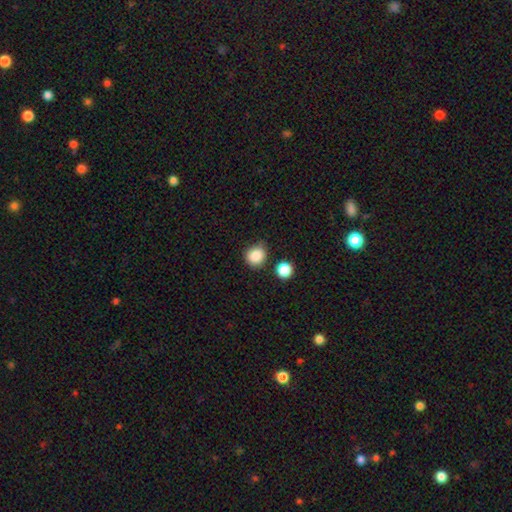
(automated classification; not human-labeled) Smooth or featured?
  - smooth: 86% *
  - star or artifact: 10%
  - featured or disk: 4%
How rounded?
  - round: 82% *
  - in between: 17%
  - cigar-shaped: 1%
Merging?
  - none: 72% *
  - minor disturbance: 18%
  - merger: 6%
  - major disturbance: 4%